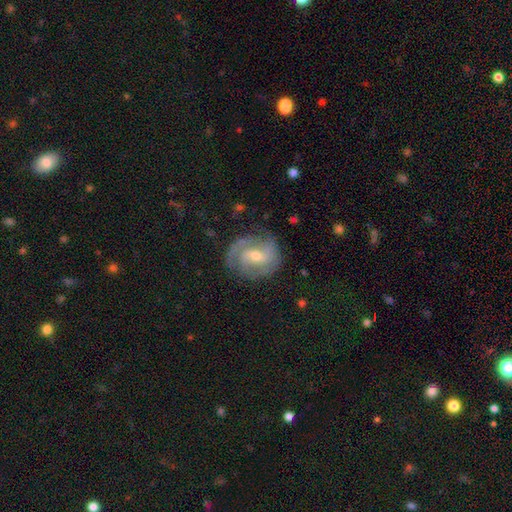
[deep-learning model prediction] smooth_or_featured: featured or disk (p=0.83) [alt: smooth p=0.11]
disk_edge_on: no (p=0.97) [alt: yes p=0.03]
bar: weak (p=0.47) [alt: no p=0.38]
has_spiral_arms: yes (p=0.95) [alt: no p=0.05]
spiral_winding: tight (p=0.47) [alt: medium p=0.42]
spiral_arm_count: 2 (p=0.54) [alt: 3 p=0.19]
bulge_size: moderate (p=0.50) [alt: small p=0.46]
merging: none (p=0.75) [alt: minor disturbance p=0.17]